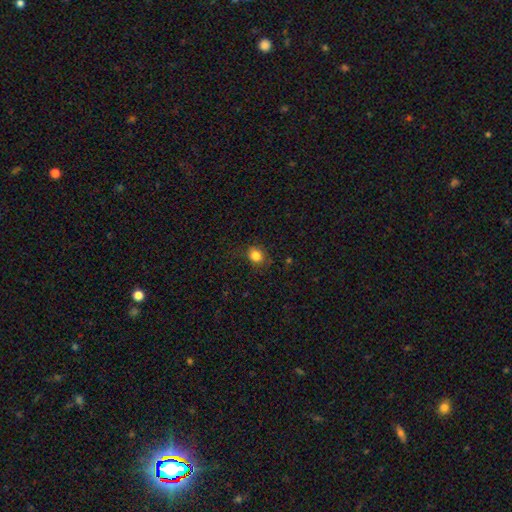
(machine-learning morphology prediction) Smooth or featured?
  - smooth: 84% *
  - star or artifact: 11%
  - featured or disk: 5%
How rounded?
  - round: 55% *
  - in between: 44%
  - cigar-shaped: 1%
Merging?
  - none: 77% *
  - minor disturbance: 17%
  - major disturbance: 5%
  - merger: 1%